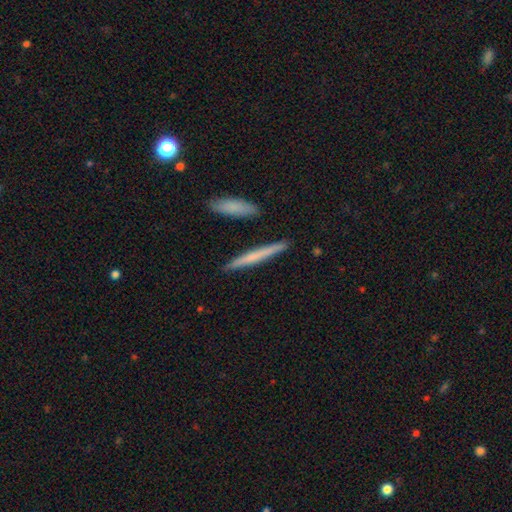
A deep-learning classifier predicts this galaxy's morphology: A smooth galaxy with no disk features (57%) that is cigar-shaped (96%).

Vote fractions:
- Smooth or featured? smooth: 57% / featured or disk: 37% / star or artifact: 6%
- How rounded? cigar-shaped: 96% / in between: 3% / round: 2%
- Merging? none: 89% / minor disturbance: 6% / merger: 3% / major disturbance: 1%